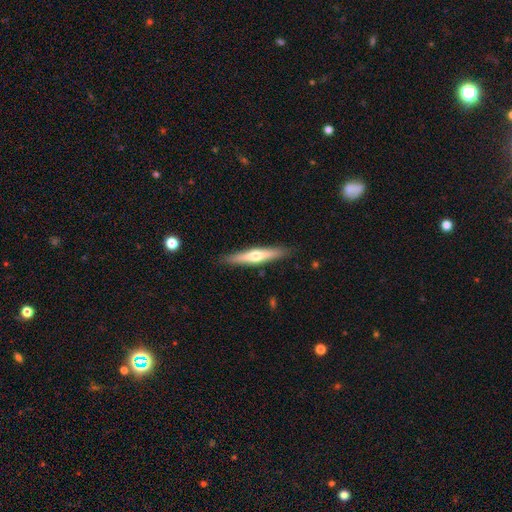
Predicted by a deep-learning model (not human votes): smooth_or_featured: featured or disk (p=0.54) [alt: smooth p=0.41]
disk_edge_on: yes (p=0.95) [alt: no p=0.05]
edge_on_bulge: rounded (p=0.89) [alt: none p=0.08]
merging: none (p=0.89) [alt: minor disturbance p=0.08]